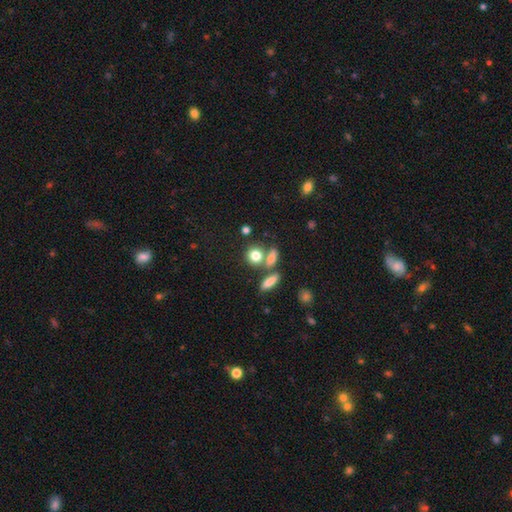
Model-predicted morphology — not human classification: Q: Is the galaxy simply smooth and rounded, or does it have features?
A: smooth — 78%.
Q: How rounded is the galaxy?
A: round — 73%.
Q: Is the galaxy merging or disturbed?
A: none — 56%.